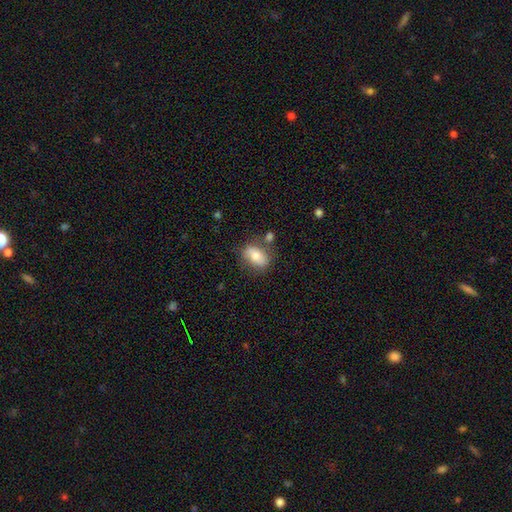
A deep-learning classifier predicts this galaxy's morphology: A smooth galaxy with no disk features (74%) that is in between round and cigar-shaped (84%).

Vote fractions:
- Smooth or featured? smooth: 74% / featured or disk: 19% / star or artifact: 8%
- How rounded? in between: 84% / round: 13% / cigar-shaped: 3%
- Merging? none: 65% / minor disturbance: 19% / merger: 10% / major disturbance: 6%